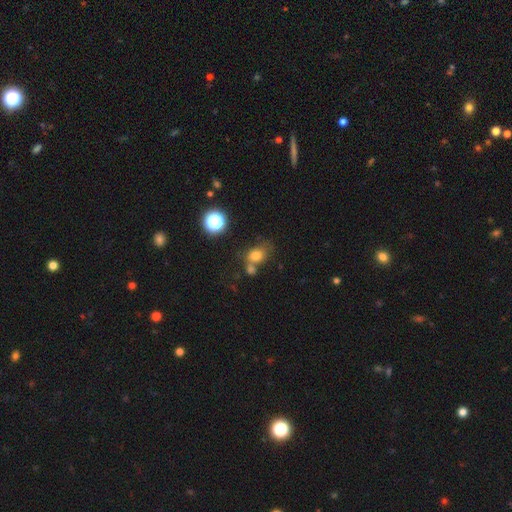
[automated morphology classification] Smooth or featured?
  - smooth: 76% *
  - star or artifact: 14%
  - featured or disk: 10%
How rounded?
  - in between: 51% *
  - round: 48%
  - cigar-shaped: 1%
Merging?
  - none: 46% *
  - merger: 31%
  - minor disturbance: 15%
  - major disturbance: 8%